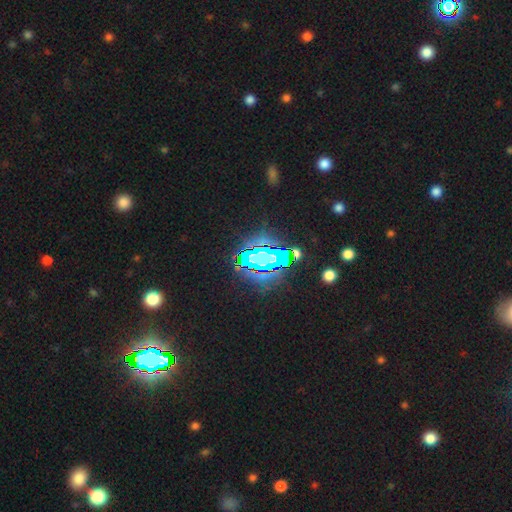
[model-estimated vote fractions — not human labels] Smooth or featured?
  - star or artifact: 72% *
  - smooth: 14%
  - featured or disk: 14%